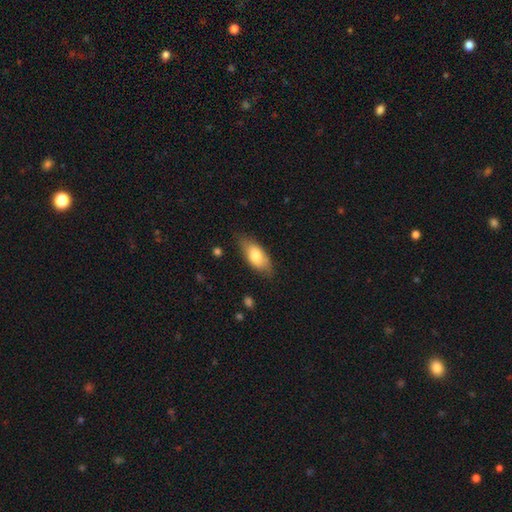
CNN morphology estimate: Smooth or featured? Predicted: smooth (p=0.74). How rounded? Predicted: in between (p=0.86). Merging? Predicted: none (p=0.74).